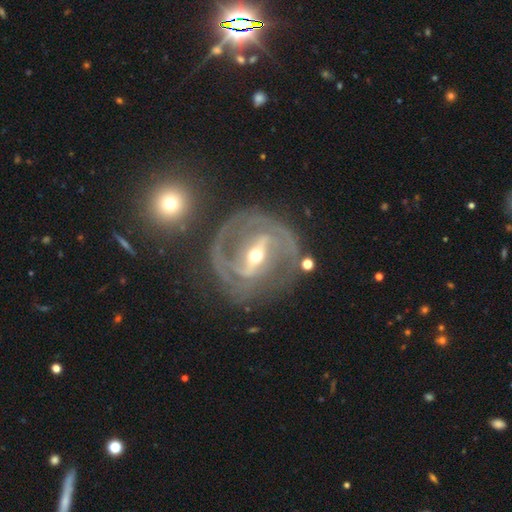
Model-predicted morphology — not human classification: featured or disk 90%, star or artifact 5%, smooth 5%. Down the decision tree: edge-on disk — no (95%); bar — strong (73%); spiral arms — yes (93%); spiral arm count — 2 (71%); spiral winding — tight (45%); bulge size — moderate (52%); merging — none (67%).